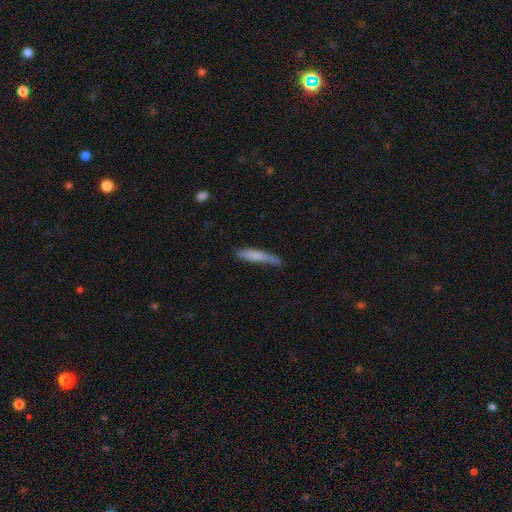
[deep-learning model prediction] smooth 71%, featured or disk 23%, star or artifact 6%. Down the decision tree: how rounded — cigar-shaped (90%); merging — none (57%).